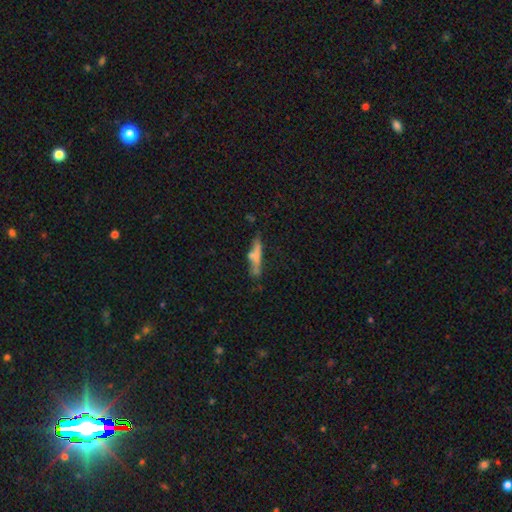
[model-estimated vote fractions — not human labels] This is likely a smooth galaxy (60%). How rounded: clearly cigar-shaped (86%). Merging: possibly none (57%).